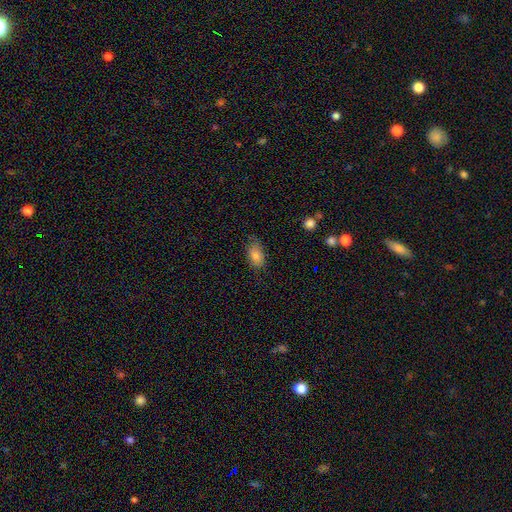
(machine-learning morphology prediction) Overall: smooth (83%). How rounded: in between (88%). Merging: none (68%).